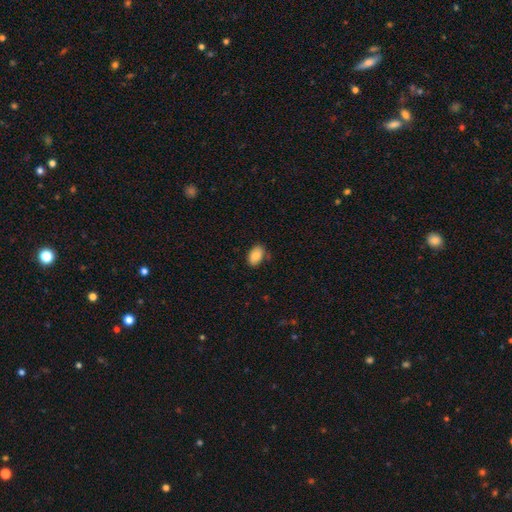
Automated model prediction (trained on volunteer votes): smooth_or_featured: smooth (p=0.86) [alt: star or artifact p=0.07]
how_rounded: in between (p=0.89) [alt: round p=0.10]
merging: none (p=0.80) [alt: minor disturbance p=0.15]